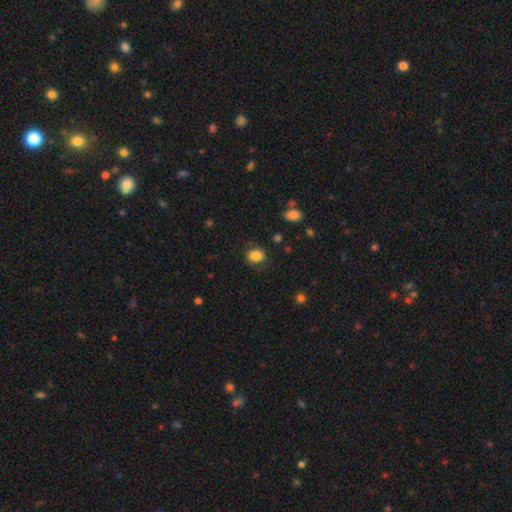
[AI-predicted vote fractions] A smooth galaxy with no disk features (85%) that is round (53%).

Vote fractions:
- Smooth or featured? smooth: 85% / star or artifact: 9% / featured or disk: 6%
- How rounded? round: 53% / in between: 46% / cigar-shaped: 1%
- Merging? none: 80% / minor disturbance: 14% / major disturbance: 5% / merger: 1%